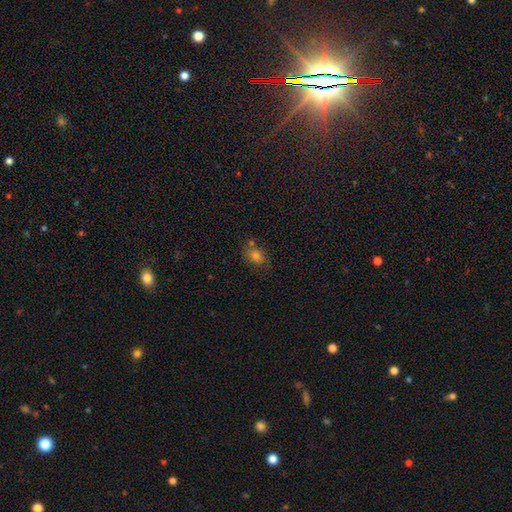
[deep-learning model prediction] Smooth or featured? smooth (72%)
How rounded? in between (57%)
Merging? none (69%)